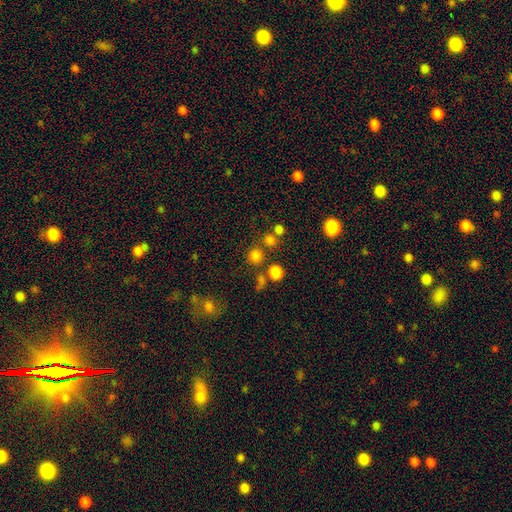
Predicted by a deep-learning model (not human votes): smooth 75%, star or artifact 18%, featured or disk 7%. Down the decision tree: how rounded — round (90%); merging — none (71%).